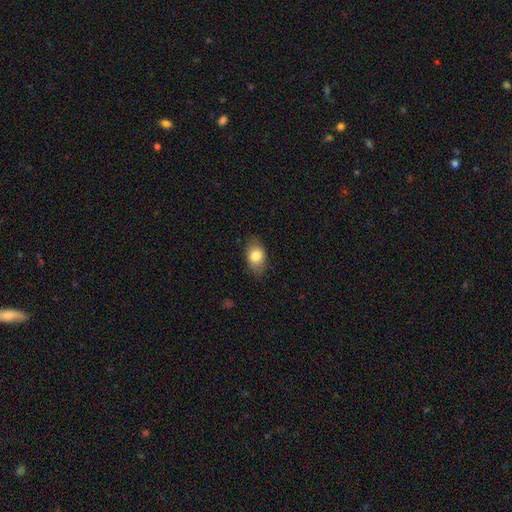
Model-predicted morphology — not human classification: Smooth or featured: smooth — 81% (featured or disk — 12%)
How rounded: in between — 86% (round — 12%)
Merging: none — 81% (minor disturbance — 15%)